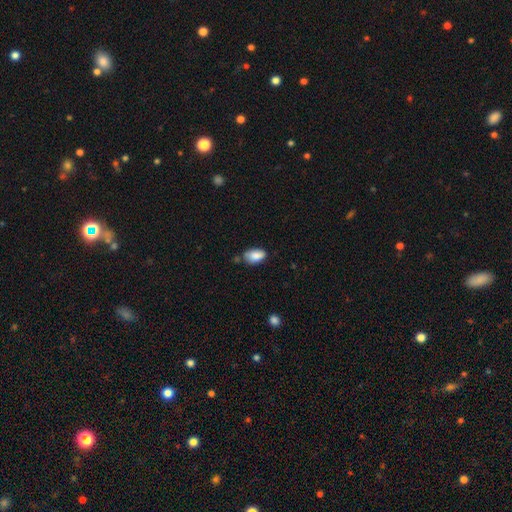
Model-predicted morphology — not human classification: Smooth or featured? smooth (85%)
How rounded? in between (92%)
Merging? none (61%)